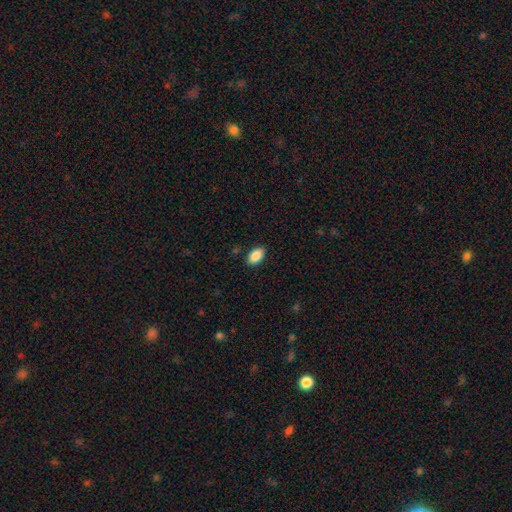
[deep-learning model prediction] smooth 88%, star or artifact 7%, featured or disk 5%. Down the decision tree: how rounded — in between (93%); merging — none (88%).